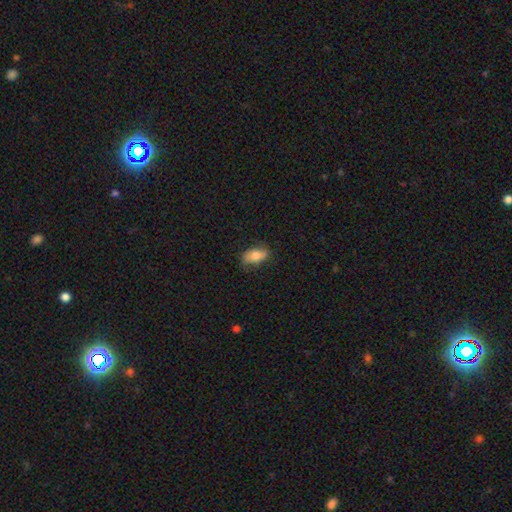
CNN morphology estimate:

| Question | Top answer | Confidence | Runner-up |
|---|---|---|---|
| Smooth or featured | smooth | 72% | featured or disk (21%) |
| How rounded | in between | 88% | cigar-shaped (7%) |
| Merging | none | 76% | minor disturbance (18%) |